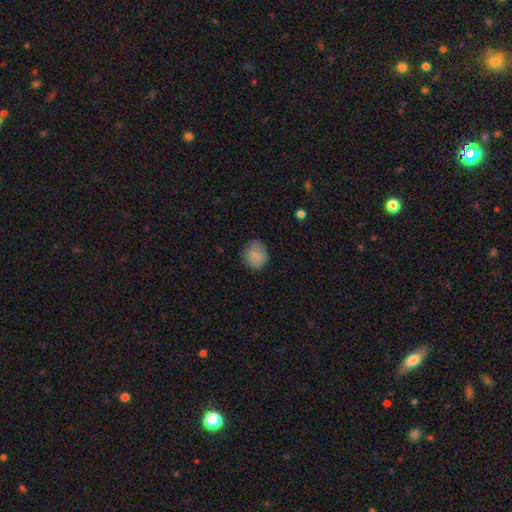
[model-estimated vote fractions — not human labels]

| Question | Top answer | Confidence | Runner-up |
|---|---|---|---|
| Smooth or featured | smooth | 87% | star or artifact (8%) |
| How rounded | round | 76% | in between (23%) |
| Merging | none | 79% | minor disturbance (16%) |